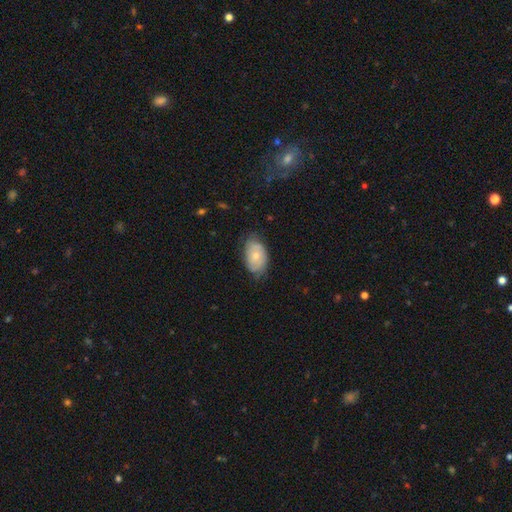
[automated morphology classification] This appears to be a smooth galaxy with no disk features (49%). Merging: none (66%).